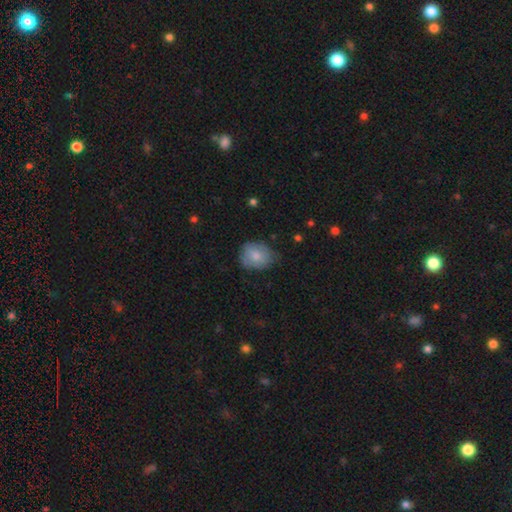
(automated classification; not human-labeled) Smooth or featured? smooth (76%)
How rounded? round (59%)
Merging? none (61%)